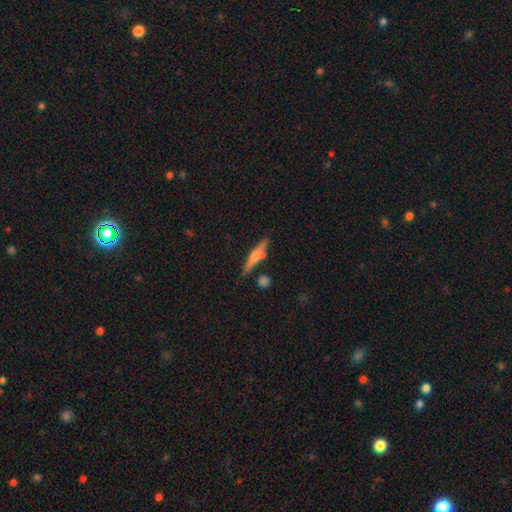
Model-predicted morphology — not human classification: Smooth or featured?
  - featured or disk: 53% *
  - smooth: 40%
  - star or artifact: 7%
Edge-on disk?
  - yes: 95% *
  - no: 5%
Edge-on bulge?
  - rounded: 78% *
  - boxy: 11%
  - none: 11%
Merging?
  - none: 76% *
  - minor disturbance: 13%
  - merger: 8%
  - major disturbance: 3%